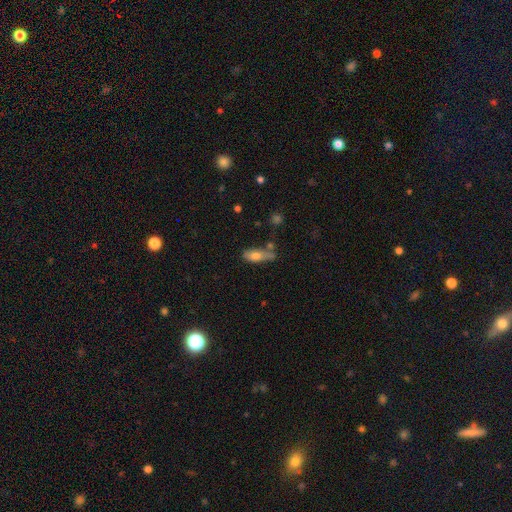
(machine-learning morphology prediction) type=smooth (69%); roundness=in between (66%); merging=none (44%).